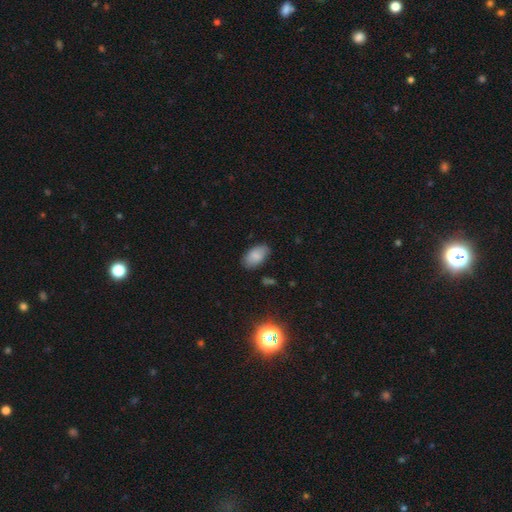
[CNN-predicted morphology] Smooth or featured? smooth (83%)
How rounded? in between (94%)
Merging? none (79%)